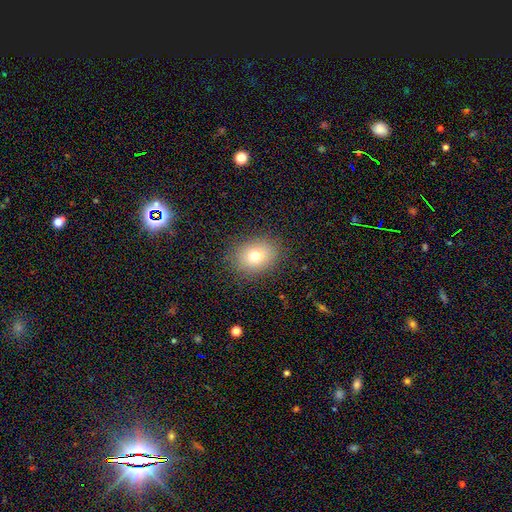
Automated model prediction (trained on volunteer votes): A smooth galaxy with no disk features (74%) that is round (50%). Merging: none (87%).